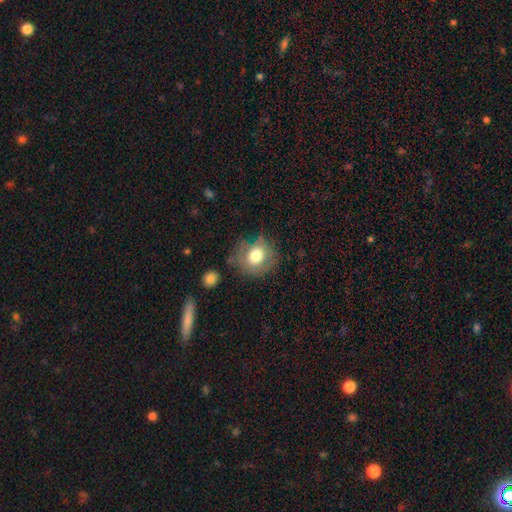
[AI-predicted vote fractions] Smooth or featured: smooth — 72% (featured or disk — 19%)
How rounded: round — 81% (in between — 18%)
Merging: none — 61% (minor disturbance — 24%)